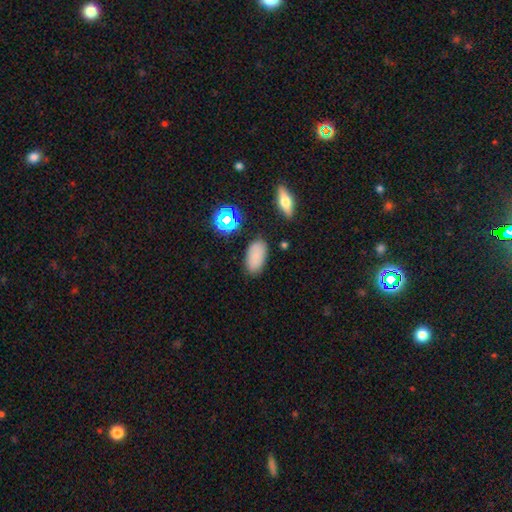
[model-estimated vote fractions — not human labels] Smooth or featured: smooth — 78% (star or artifact — 12%)
How rounded: in between — 92% (round — 5%)
Merging: none — 81% (minor disturbance — 13%)